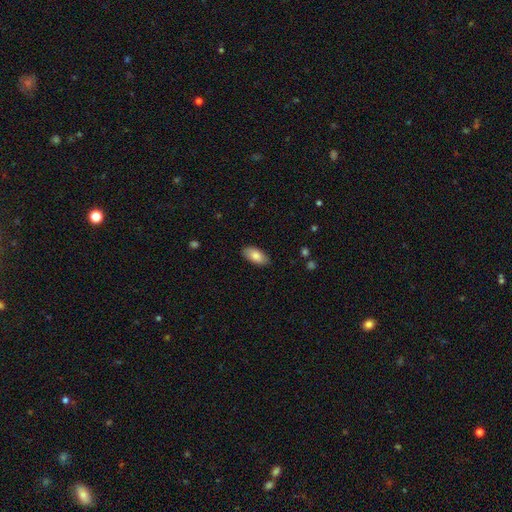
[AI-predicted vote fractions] smooth 84%, featured or disk 10%, star or artifact 6%. Down the decision tree: how rounded — in between (92%); merging — none (87%).